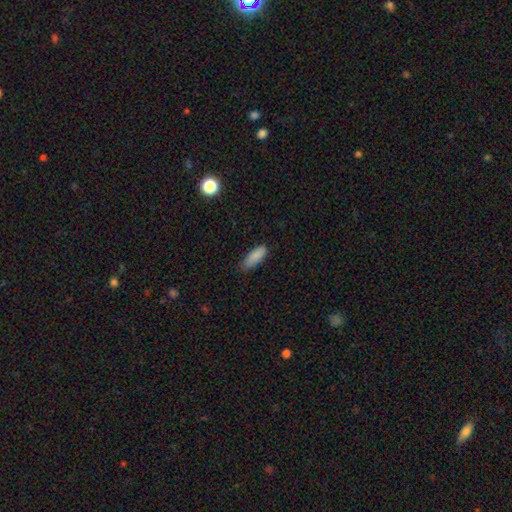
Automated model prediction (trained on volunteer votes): Morphology: type=smooth (87%); roundness=in between (73%); merging=none (64%).